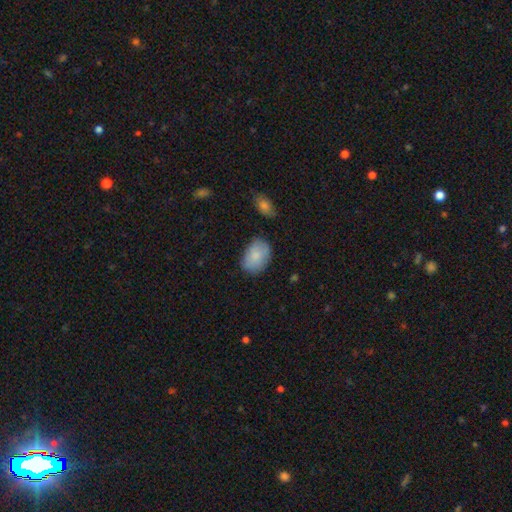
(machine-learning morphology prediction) A smooth galaxy with no disk features (81%) that is in between round and cigar-shaped (82%). Merging: none (74%).